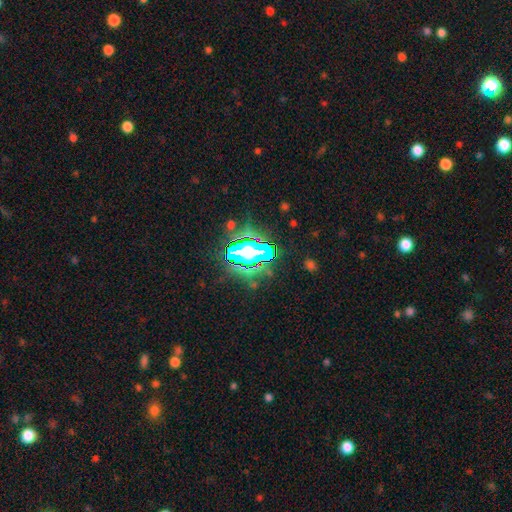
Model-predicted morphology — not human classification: type=star or artifact (73%).